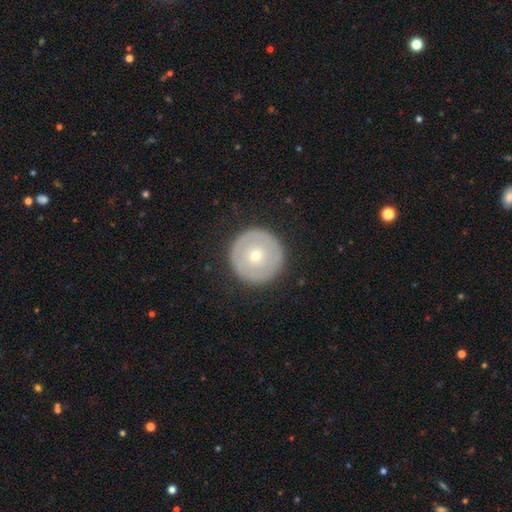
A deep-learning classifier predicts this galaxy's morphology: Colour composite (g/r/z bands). It shows a smooth galaxy with no disk features (54%) that is round (96%). Merging: none (89%).